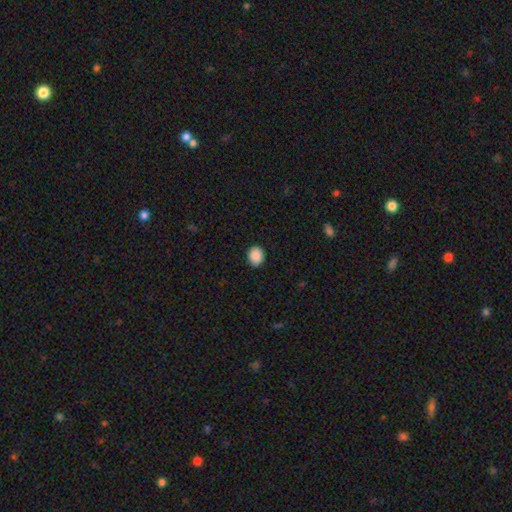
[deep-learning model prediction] smooth 90%, star or artifact 8%, featured or disk 2%. Down the decision tree: how rounded — round (52%); merging — none (91%).